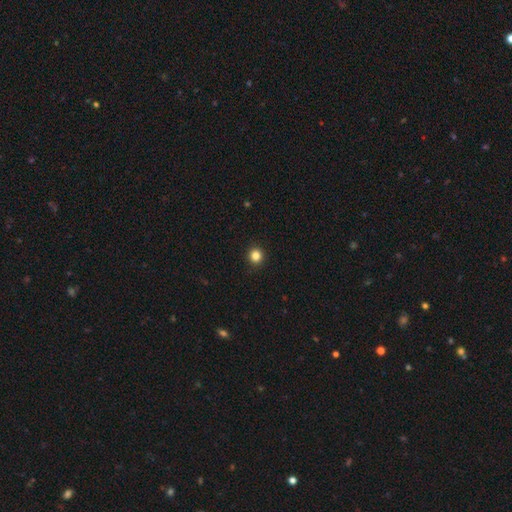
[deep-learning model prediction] smooth 84%, star or artifact 12%, featured or disk 4%. Down the decision tree: how rounded — round (93%); merging — none (92%).